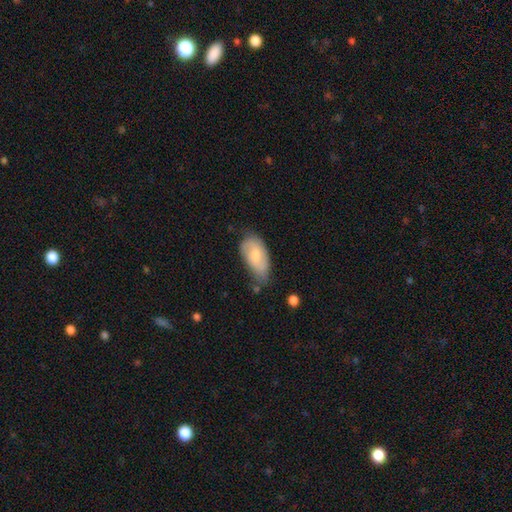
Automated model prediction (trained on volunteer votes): Overall: smooth (59%; featured or disk 34%). How rounded: in between (92%). Merging: none (49%; minor disturbance 38%).